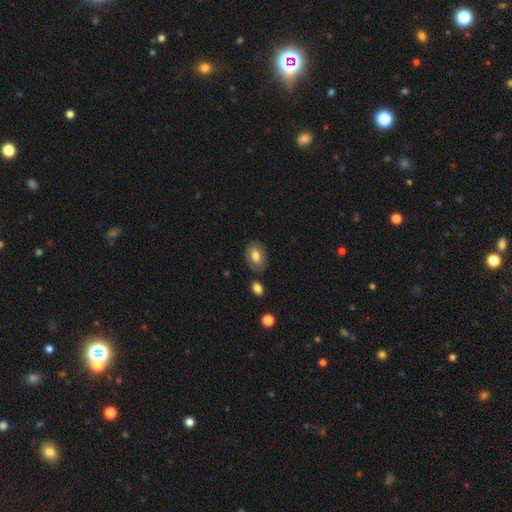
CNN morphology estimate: A smooth galaxy with no disk features (66%) that is in between round and cigar-shaped (76%). Merging: none (79%).